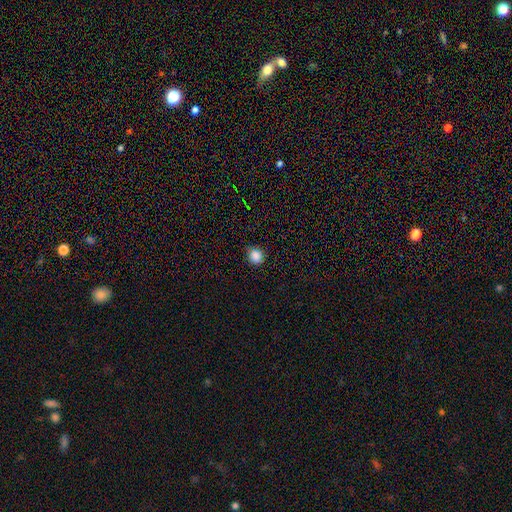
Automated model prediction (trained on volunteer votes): A smooth galaxy with no disk features (86%) that is round (79%).

Vote fractions:
- Smooth or featured? smooth: 86% / star or artifact: 11% / featured or disk: 3%
- How rounded? round: 79% / in between: 20% / cigar-shaped: 1%
- Merging? none: 86% / minor disturbance: 10% / major disturbance: 2% / merger: 1%